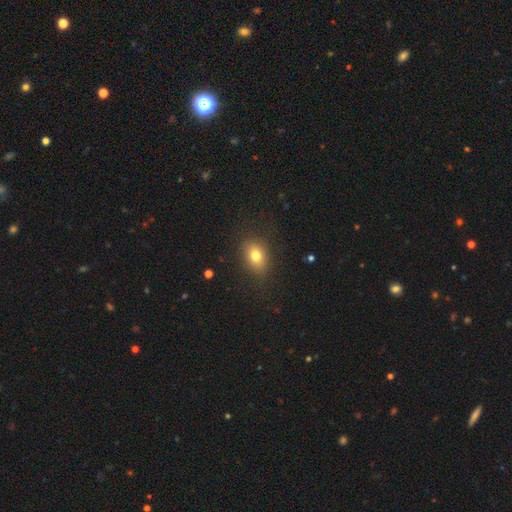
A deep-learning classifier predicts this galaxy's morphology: The model was most divided on "how rounded": in between: 71%, round: 28%, cigar-shaped: 2%. More confident: merging — none (82%); smooth or featured — smooth (77%).